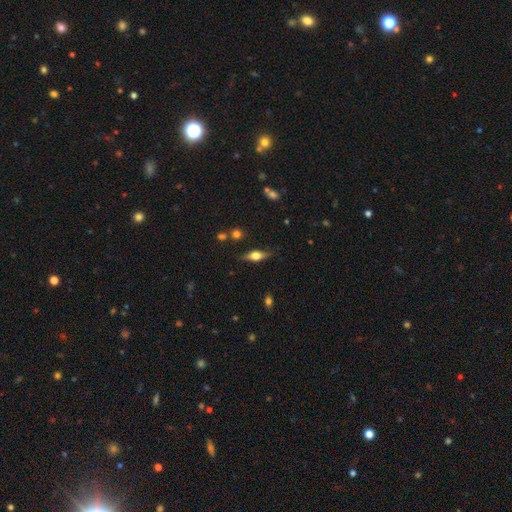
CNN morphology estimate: featured or disk 53%, smooth 39%, star or artifact 8%. Down the decision tree: edge-on disk — yes (93%); merging — none (81%).